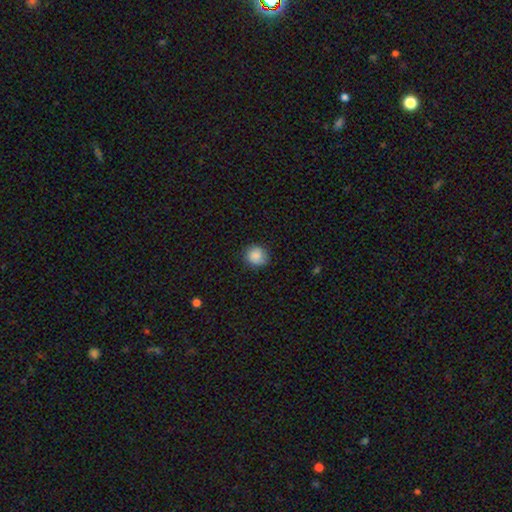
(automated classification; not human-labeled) The model was most divided on "merging": none: 83%, minor disturbance: 14%, major disturbance: 3%, merger: 1%. More confident: smooth or featured — smooth (85%); how rounded — round (84%).